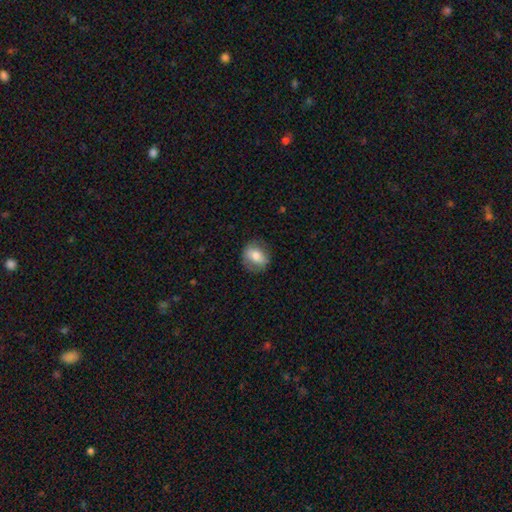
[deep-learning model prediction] smooth 64%, featured or disk 29%, star or artifact 8%. Down the decision tree: how rounded — round (55%); merging — none (76%).